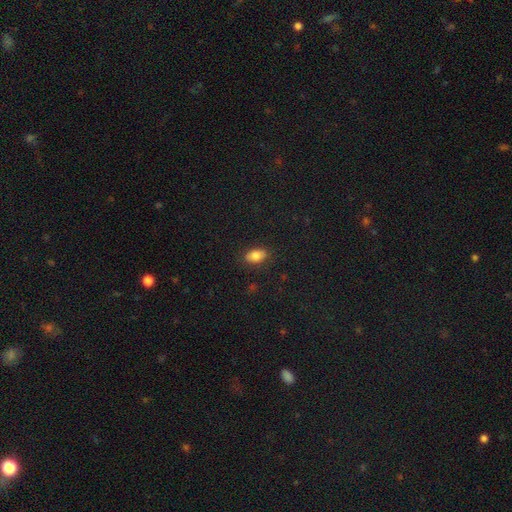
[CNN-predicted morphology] The model was most divided on "smooth or featured": smooth: 81%, featured or disk: 10%, star or artifact: 9%. More confident: how rounded — in between (89%); merging — none (86%).